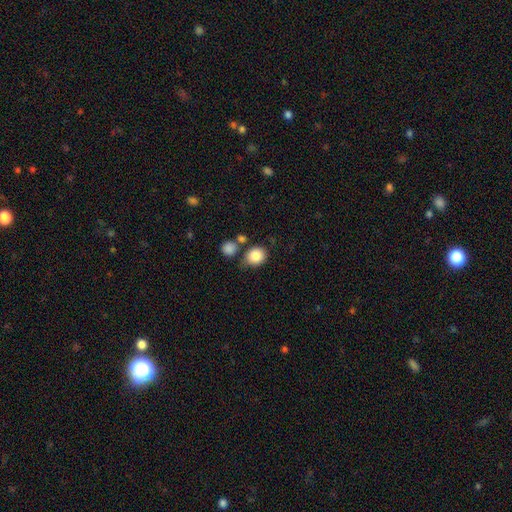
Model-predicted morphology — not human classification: Smooth or featured? smooth (84%)
How rounded? round (74%)
Merging? none (62%)